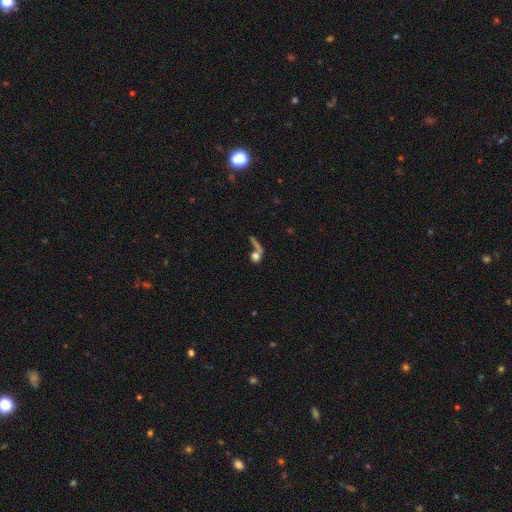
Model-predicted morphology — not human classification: Smooth or featured: smooth — 65% (featured or disk — 20%)
How rounded: round — 65% (in between — 25%)
Merging: none — 38% (tied with merger — 38%)